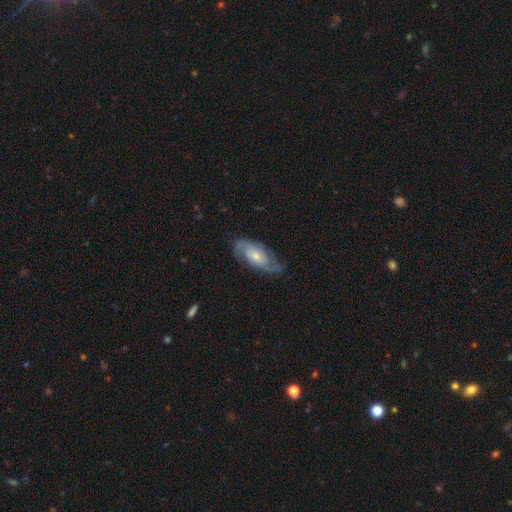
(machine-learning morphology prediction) Smooth or featured: featured or disk — 74% (smooth — 20%)
Edge-on disk: no — 93% (yes — 7%)
Bar: no — 65% (weak — 27%)
Spiral arms: yes — 92% (no — 8%)
Spiral winding: medium — 46% (tight — 31%)
Spiral arm count: 2 — 81% (can't tell — 11%)
Bulge size: small — 47% (moderate — 42%)
Merging: none — 72% (minor disturbance — 19%)